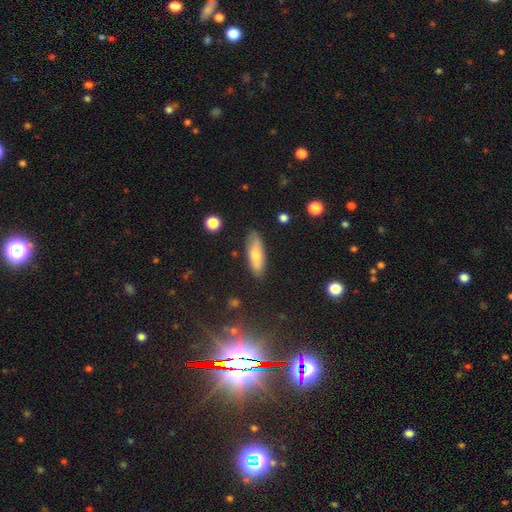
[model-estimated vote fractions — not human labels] Q: Smooth or featured?
A: smooth (58%); runner-up: featured or disk (29%)
Q: How rounded?
A: cigar-shaped (51%); runner-up: in between (46%)
Q: Merging?
A: none (84%); runner-up: minor disturbance (12%)